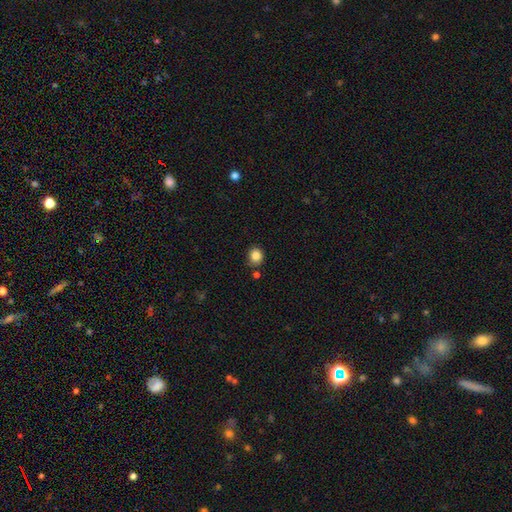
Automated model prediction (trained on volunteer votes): Smooth or featured? smooth (85%)
How rounded? round (80%)
Merging? none (79%)